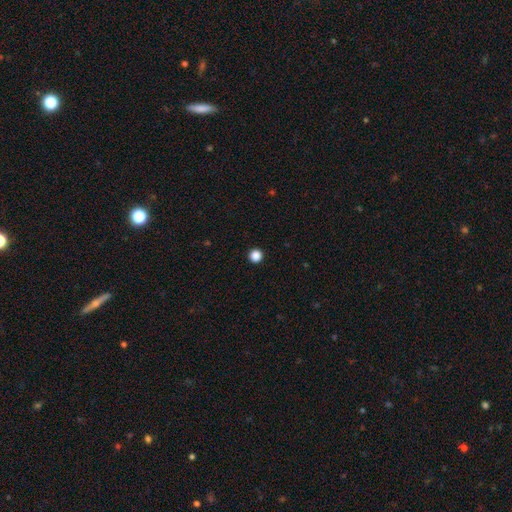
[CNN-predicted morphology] This appears to be a smooth galaxy with no disk features (86%) that is round (96%). Merging: none (94%).